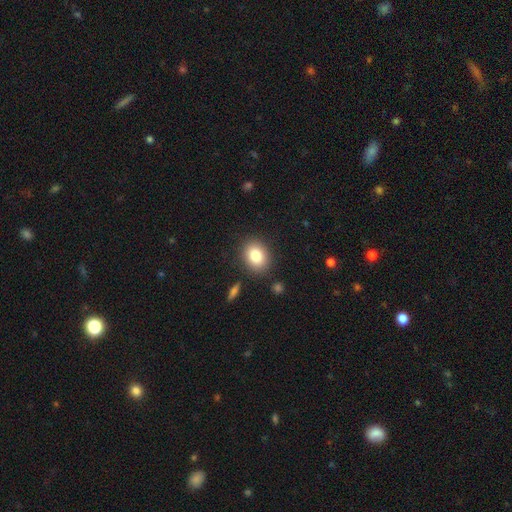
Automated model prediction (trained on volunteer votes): Smooth or featured: smooth — 83% (star or artifact — 9%)
How rounded: in between — 55% (round — 44%)
Merging: none — 86% (minor disturbance — 9%)